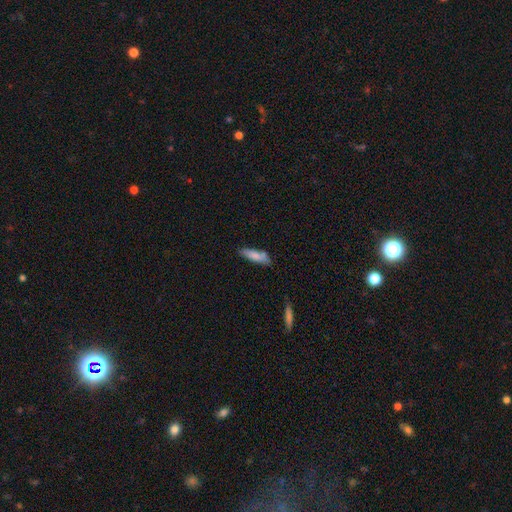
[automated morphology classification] Smooth or featured: smooth — 78% (featured or disk — 16%)
How rounded: cigar-shaped — 60% (in between — 38%)
Merging: none — 67% (minor disturbance — 21%)